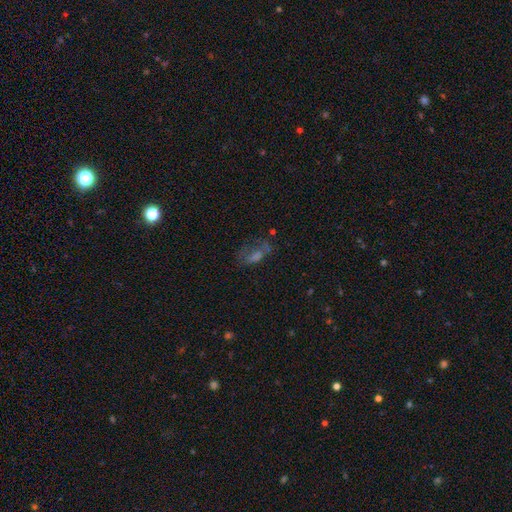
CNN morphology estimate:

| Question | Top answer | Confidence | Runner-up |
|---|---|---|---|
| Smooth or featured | featured or disk | 36% | smooth (35%) |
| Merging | none | 47% | major disturbance (27%) |